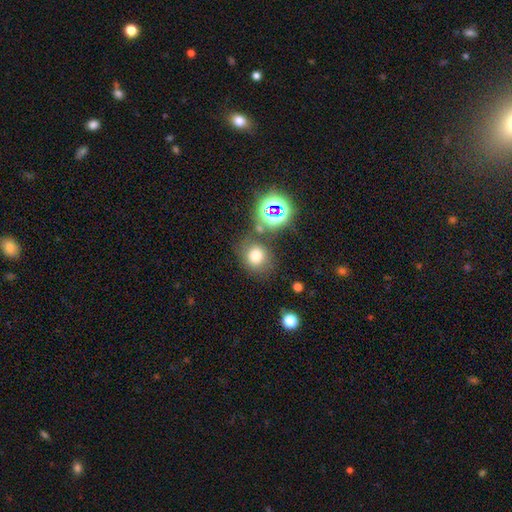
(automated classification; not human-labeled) A smooth galaxy with no disk features (72%) that is round (77%).

Vote fractions:
- Smooth or featured? smooth: 72% / star or artifact: 19% / featured or disk: 9%
- How rounded? round: 77% / in between: 22% / cigar-shaped: 1%
- Merging? none: 70% / minor disturbance: 13% / merger: 11% / major disturbance: 6%